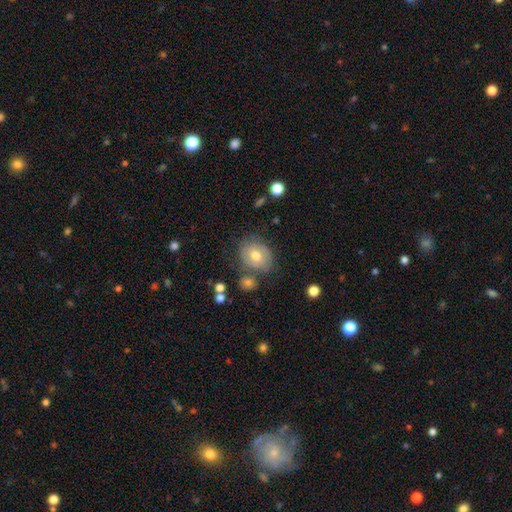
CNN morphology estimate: smooth-or-featured: smooth: 57% | featured or disk: 34% | star or artifact: 9%
  how-rounded: round: 59% | in between: 40% | cigar-shaped: 1%
  merging: none: 65% | minor disturbance: 19% | merger: 9% | major disturbance: 7%